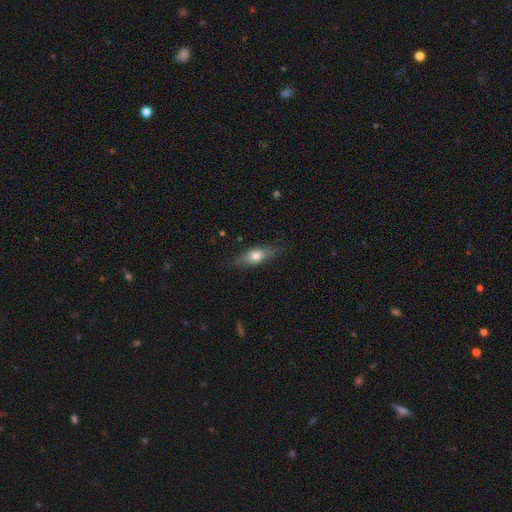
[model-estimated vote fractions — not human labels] Smooth or featured?
  - smooth: 60% *
  - featured or disk: 32%
  - star or artifact: 7%
How rounded?
  - in between: 59% *
  - cigar-shaped: 35%
  - round: 6%
Merging?
  - none: 80% *
  - minor disturbance: 15%
  - major disturbance: 4%
  - merger: 1%